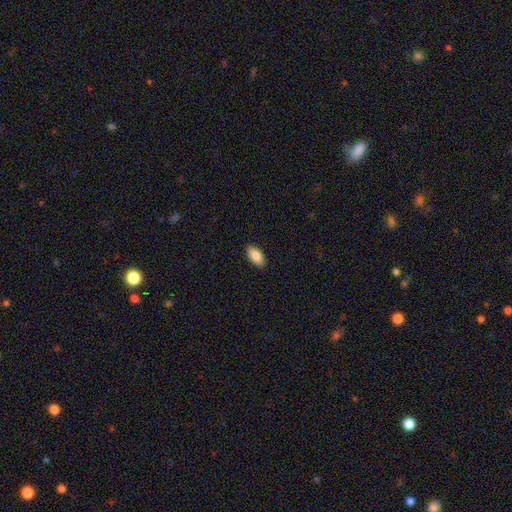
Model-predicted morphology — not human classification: A smooth galaxy with no disk features (84%) that is in between round and cigar-shaped (94%). Merging: none (90%).